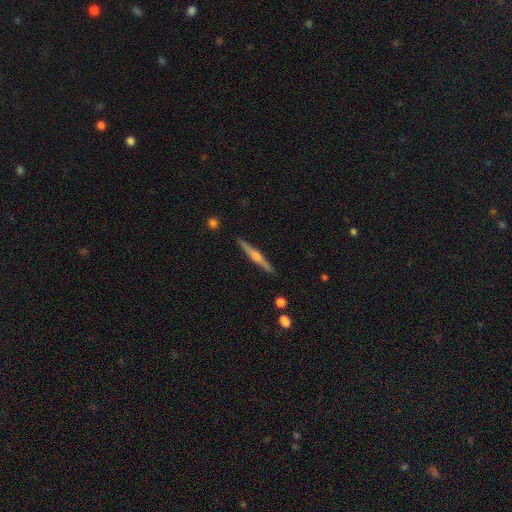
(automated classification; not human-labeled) This appears to be a featured or disk galaxy (67%) viewed edge-on (98%) with a rounded central bulge (77%). Merging: none (91%).